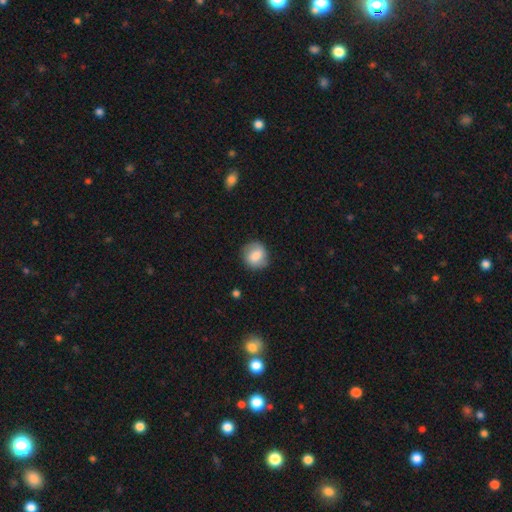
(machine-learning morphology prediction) smooth-or-featured: smooth: 74% | featured or disk: 19% | star or artifact: 8%
  how-rounded: round: 83% | in between: 16% | cigar-shaped: 1%
  merging: none: 82% | minor disturbance: 13% | major disturbance: 4% | merger: 1%